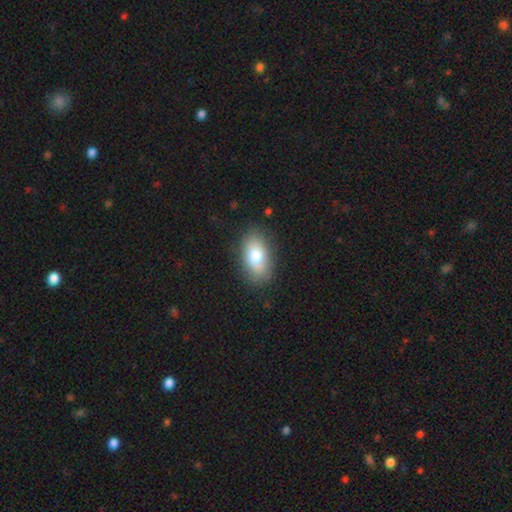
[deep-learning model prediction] Morphology: type=smooth (79%); roundness=in between (91%); merging=none (82%).